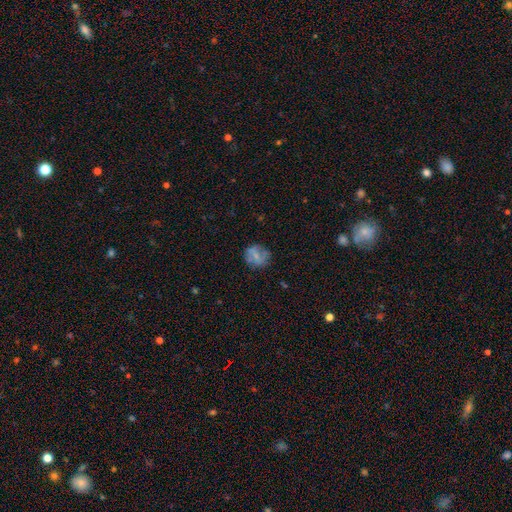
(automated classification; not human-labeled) Smooth or featured?
  - smooth: 54% *
  - featured or disk: 36%
  - star or artifact: 10%
How rounded?
  - round: 70% *
  - in between: 29%
  - cigar-shaped: 2%
Merging?
  - none: 71% *
  - minor disturbance: 18%
  - major disturbance: 9%
  - merger: 2%